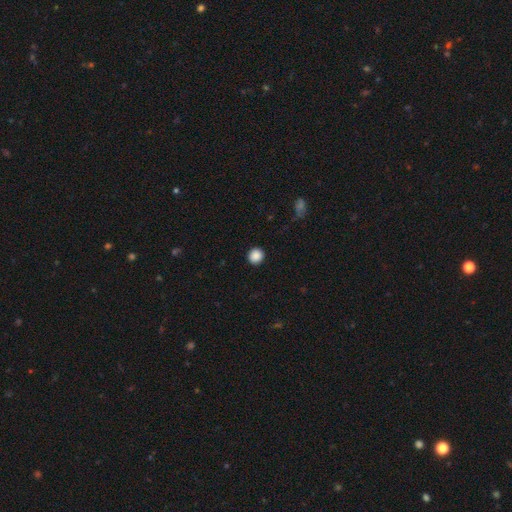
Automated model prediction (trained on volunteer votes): smooth_or_featured: smooth (p=0.88) [alt: star or artifact p=0.09]
how_rounded: round (p=0.92) [alt: in between p=0.07]
merging: none (p=0.92) [alt: minor disturbance p=0.05]